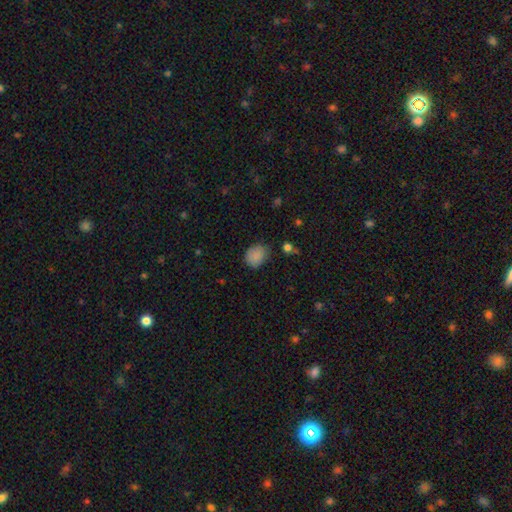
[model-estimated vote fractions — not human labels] Smooth or featured? smooth (85%)
How rounded? round (58%)
Merging? none (72%)